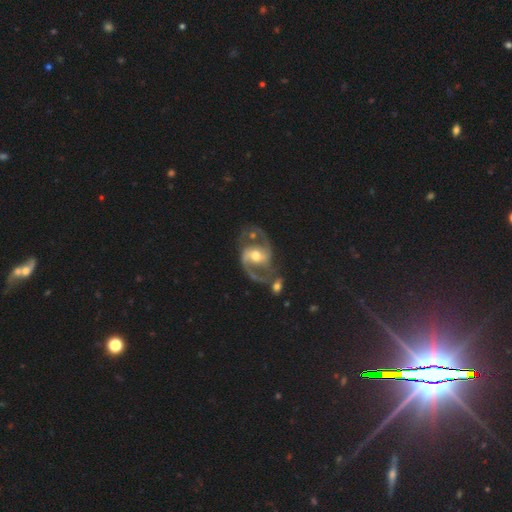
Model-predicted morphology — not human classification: This appears to be a featured or disk galaxy (90%) with a weak bar (46%), 2 (93%) medium (59%) spiral arms (97%) and a moderate central bulge (71%). Merging: none (59%).